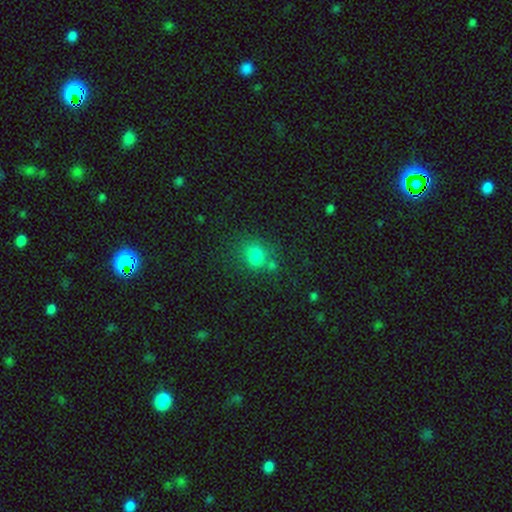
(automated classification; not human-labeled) Smooth or featured?
  - smooth: 76% *
  - star or artifact: 16%
  - featured or disk: 9%
How rounded?
  - round: 62% *
  - in between: 37%
  - cigar-shaped: 1%
Merging?
  - none: 60% *
  - merger: 17%
  - minor disturbance: 16%
  - major disturbance: 7%